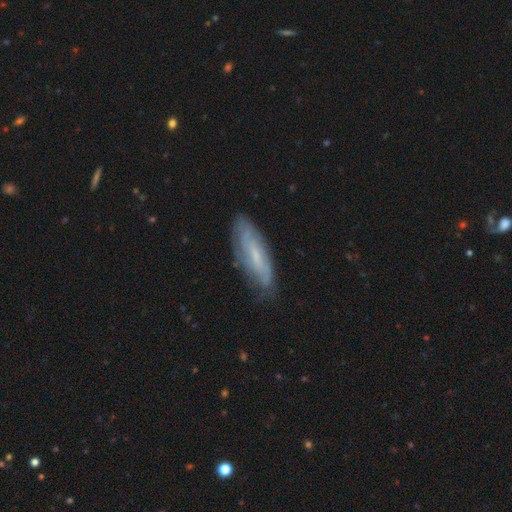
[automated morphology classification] A featured or disk galaxy (54%).

Vote fractions:
- Smooth or featured? featured or disk: 54% / smooth: 39% / star or artifact: 7%
- Edge-on disk? no: 69% / yes: 31%
- Merging? none: 74% / minor disturbance: 20% / major disturbance: 5% / merger: 2%